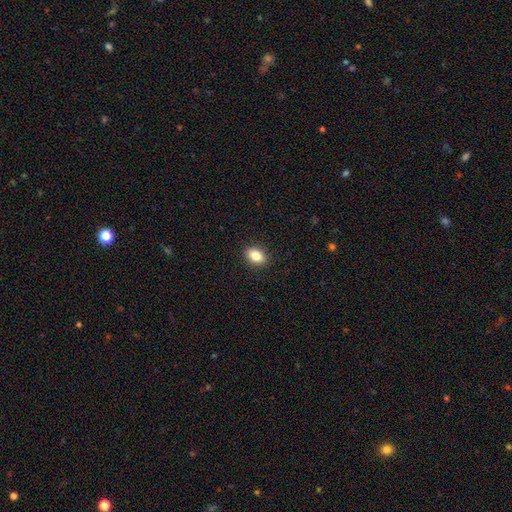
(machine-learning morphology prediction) type=smooth (84%); roundness=in between (82%); merging=none (90%).